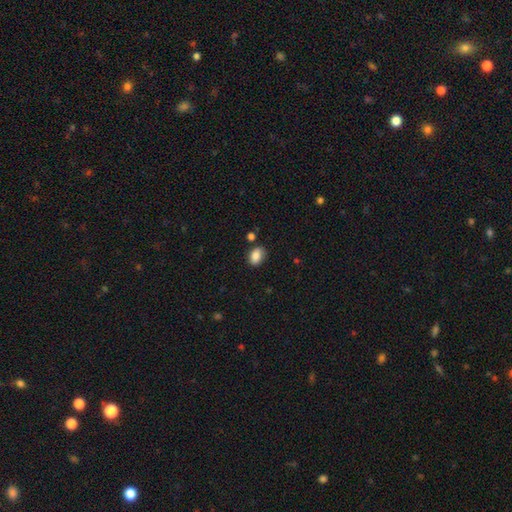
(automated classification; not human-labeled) Smooth or featured: smooth — 84% (star or artifact — 8%)
How rounded: in between — 79% (round — 19%)
Merging: none — 74% (minor disturbance — 17%)